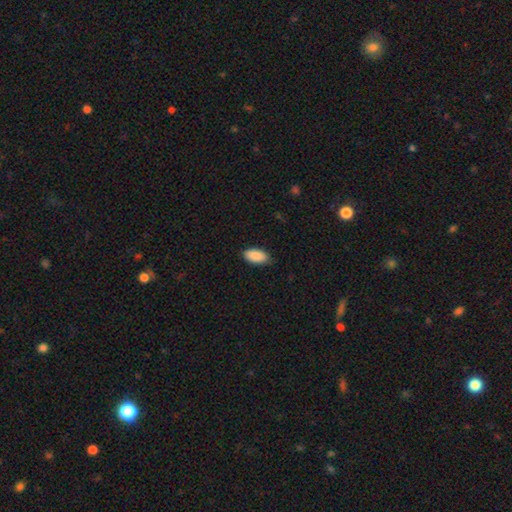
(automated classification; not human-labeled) The model was most divided on "merging": none: 81%, minor disturbance: 15%, major disturbance: 2%, merger: 1%. More confident: how rounded — in between (94%); smooth or featured — smooth (89%).